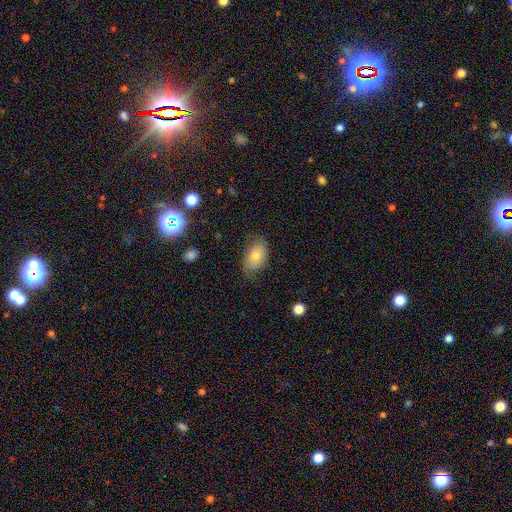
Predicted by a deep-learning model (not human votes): This is likely a smooth galaxy (70%). How rounded: clearly in between (90%). Merging: likely none (68%).